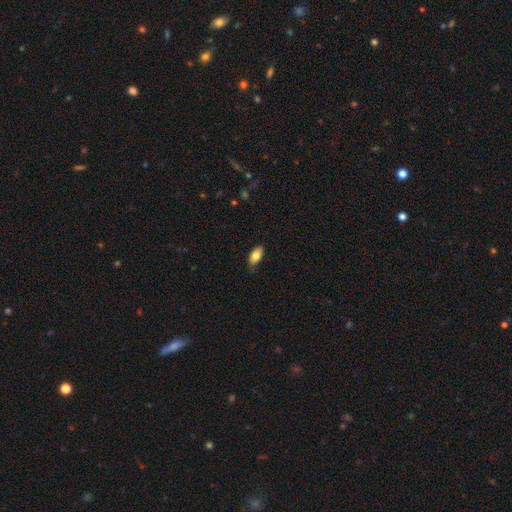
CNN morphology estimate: Overall: smooth (80%). How rounded: in between (91%). Merging: none (80%).